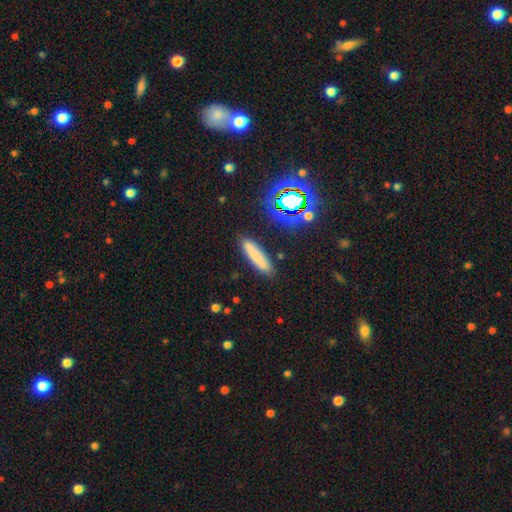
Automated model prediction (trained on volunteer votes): Smooth or featured? smooth (75%)
How rounded? cigar-shaped (81%)
Merging? none (86%)